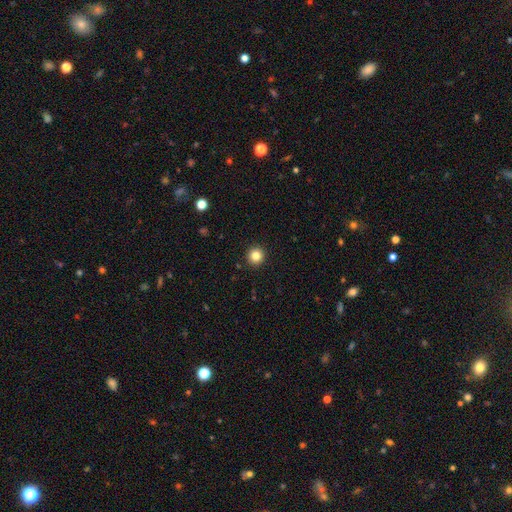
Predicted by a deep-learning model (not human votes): Overall: smooth (83%). How rounded: round (95%). Merging: none (93%).